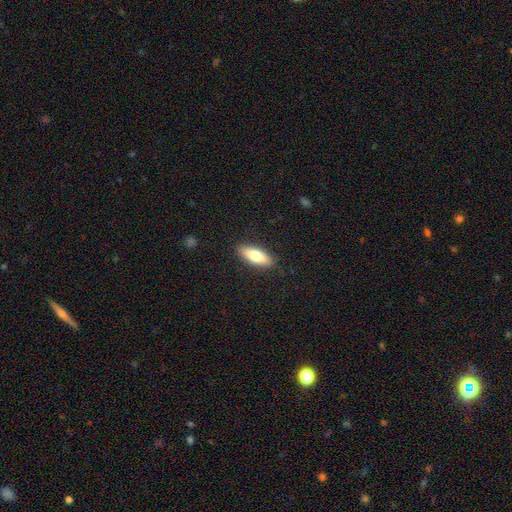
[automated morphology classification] A smooth galaxy with no disk features (74%) that is in between round and cigar-shaped (69%). Merging: none (88%).